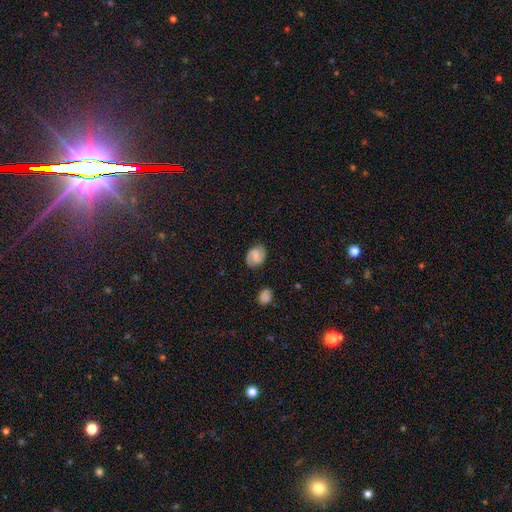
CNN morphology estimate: Smooth or featured?
  - smooth: 52% *
  - featured or disk: 37%
  - star or artifact: 10%
How rounded?
  - in between: 61% *
  - round: 38%
  - cigar-shaped: 1%
Merging?
  - none: 77% *
  - minor disturbance: 17%
  - major disturbance: 4%
  - merger: 2%